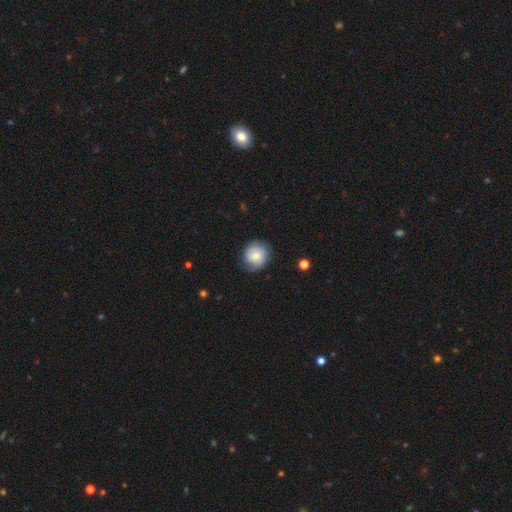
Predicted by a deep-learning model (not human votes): smooth_or_featured: smooth (p=0.69) [alt: featured or disk p=0.23]
how_rounded: round (p=0.83) [alt: in between p=0.16]
merging: none (p=0.77) [alt: minor disturbance p=0.17]